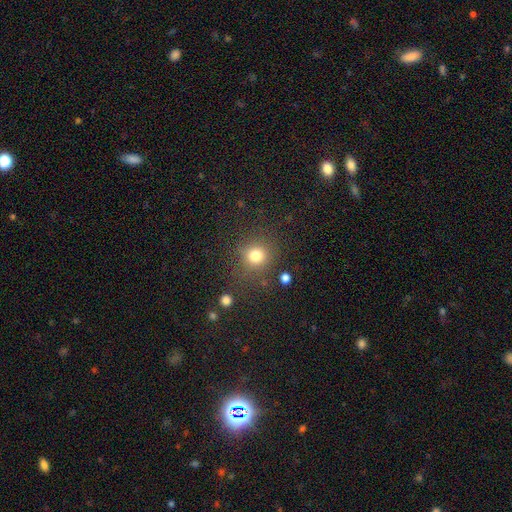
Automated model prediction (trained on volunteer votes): smooth-or-featured: smooth: 79% | star or artifact: 15% | featured or disk: 6%
  how-rounded: round: 90% | in between: 9% | cigar-shaped: 1%
  merging: none: 80% | minor disturbance: 11% | major disturbance: 5% | merger: 4%